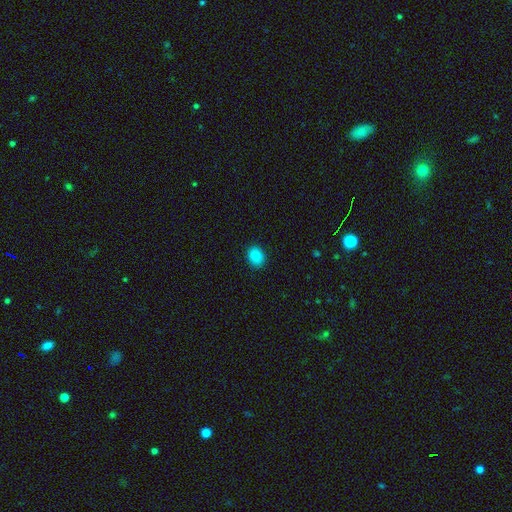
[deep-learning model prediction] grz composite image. It shows a smooth galaxy with no disk features (82%) that is round (57%). Merging: none (90%).